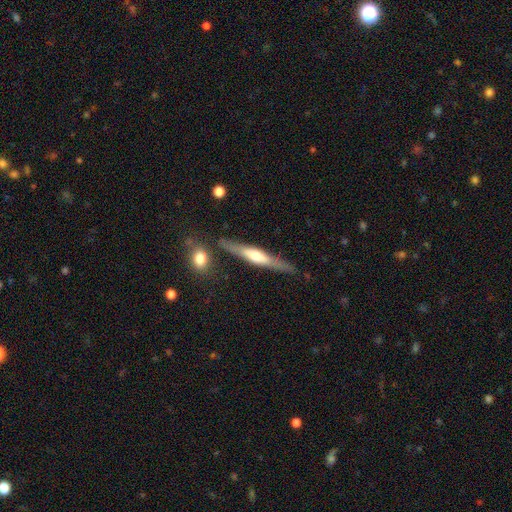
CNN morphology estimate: type=featured or disk (64%); edge-on=yes (95%); edge-on bulge=rounded (72%); merging=none (82%).